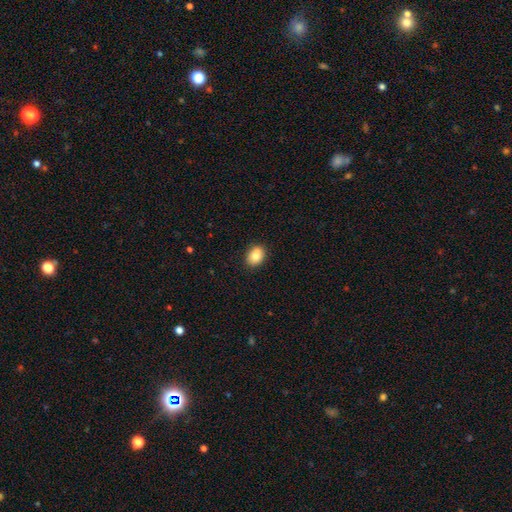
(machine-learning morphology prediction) Smooth or featured? Predicted: smooth (p=0.85). How rounded? Predicted: in between (p=0.71). Merging? Predicted: none (p=0.89).